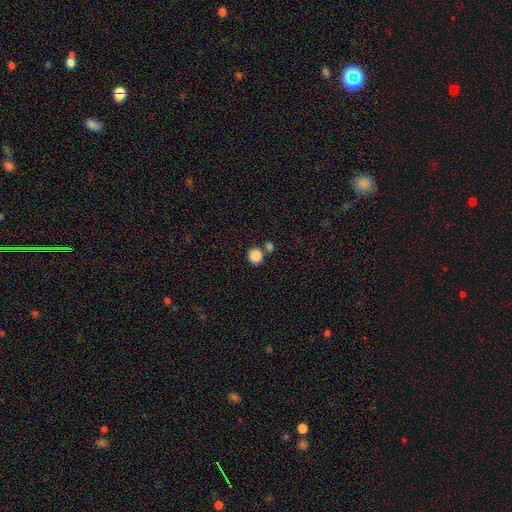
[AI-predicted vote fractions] Smooth or featured: smooth — 87% (star or artifact — 10%)
How rounded: round — 86% (in between — 13%)
Merging: none — 71% (merger — 18%)